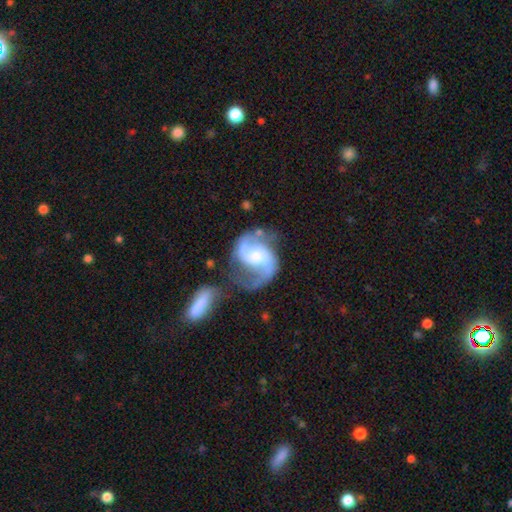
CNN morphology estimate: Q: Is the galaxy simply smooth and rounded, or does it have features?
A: featured or disk — 89%.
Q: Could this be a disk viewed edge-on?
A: no — 98%.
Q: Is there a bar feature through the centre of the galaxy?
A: no — 44%.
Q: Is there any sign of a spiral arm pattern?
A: yes — 97%.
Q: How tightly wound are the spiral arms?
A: medium — 52%.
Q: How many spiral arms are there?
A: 2 — 91%.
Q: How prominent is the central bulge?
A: moderate — 41%.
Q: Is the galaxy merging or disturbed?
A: none — 50%.